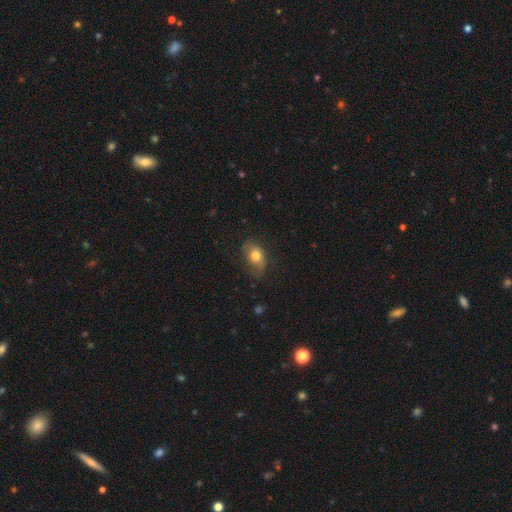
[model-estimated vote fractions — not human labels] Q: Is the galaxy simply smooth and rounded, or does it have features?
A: smooth — 69%.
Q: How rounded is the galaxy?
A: in between — 78%.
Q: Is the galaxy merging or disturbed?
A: none — 60%.